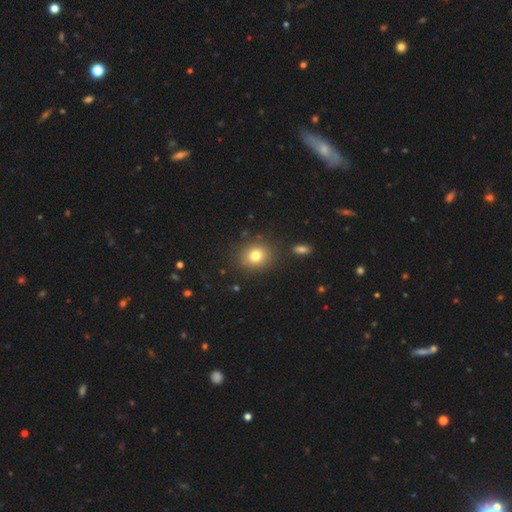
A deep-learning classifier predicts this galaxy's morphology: Overall: smooth (79%). How rounded: round (72%). Merging: none (85%).